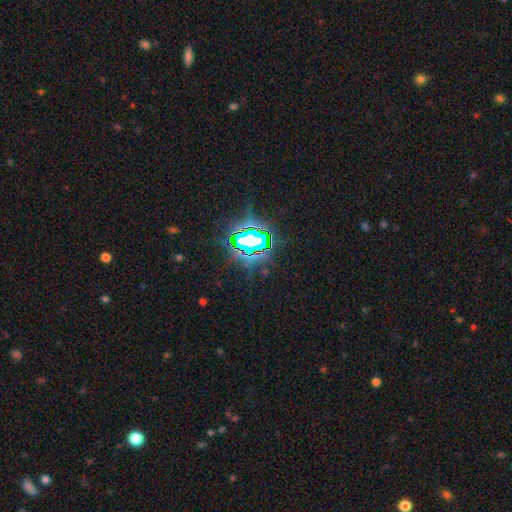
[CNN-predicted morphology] The model was most divided on "smooth or featured": star or artifact: 84%, smooth: 10%, featured or disk: 7%.